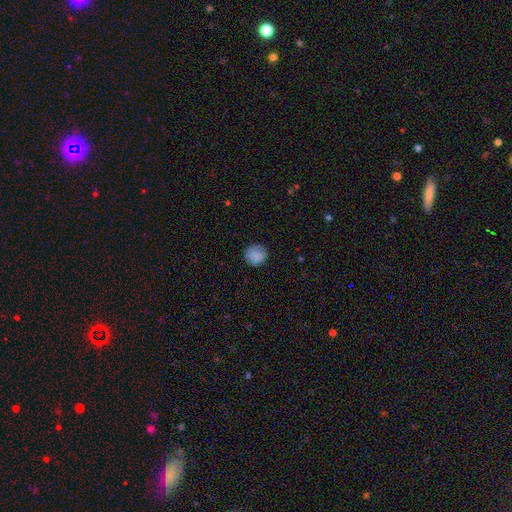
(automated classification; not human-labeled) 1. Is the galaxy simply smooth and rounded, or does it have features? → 87% smooth, 8% star or artifact, 5% featured or disk.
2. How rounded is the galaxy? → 91% round, 8% in between, 1% cigar-shaped.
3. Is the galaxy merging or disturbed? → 87% none, 10% minor disturbance, 2% major disturbance, 1% merger.